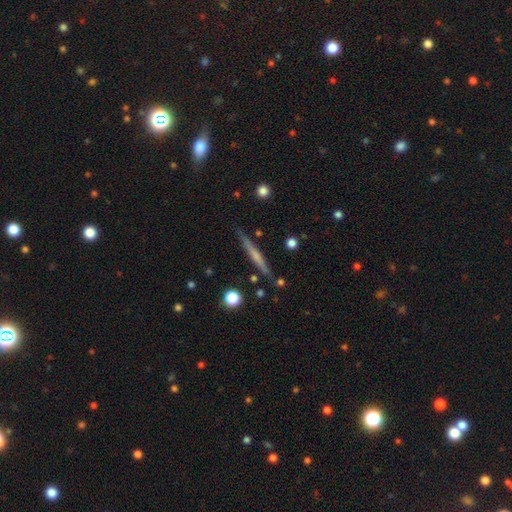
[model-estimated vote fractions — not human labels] This is possibly a featured or disk galaxy (53%). It is clearly viewed edge-on (97%). Edge-on bulge: likely none (65%). Merging: clearly none (87%).